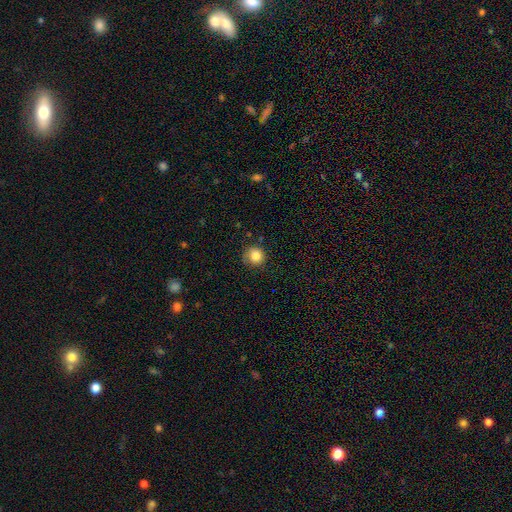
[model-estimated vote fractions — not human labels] This is clearly a smooth galaxy (83%). How rounded: clearly round (90%). Merging: likely none (75%).